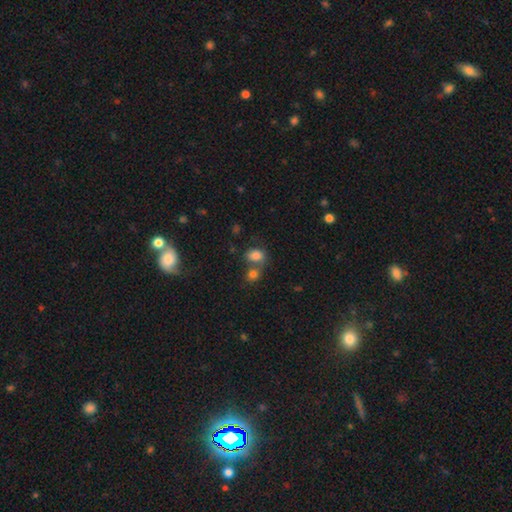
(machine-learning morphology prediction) smooth-or-featured: smooth: 81% | star or artifact: 12% | featured or disk: 8%
  how-rounded: in between: 67% | round: 31% | cigar-shaped: 1%
  merging: merger: 44% | none: 39% | minor disturbance: 11% | major disturbance: 5%